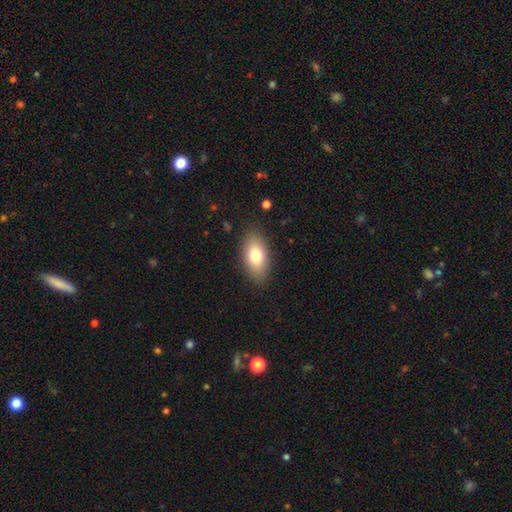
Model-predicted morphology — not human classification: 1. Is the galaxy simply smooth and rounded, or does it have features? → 77% smooth, 15% featured or disk, 8% star or artifact.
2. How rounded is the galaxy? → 90% in between, 5% round, 5% cigar-shaped.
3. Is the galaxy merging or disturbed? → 86% none, 10% minor disturbance, 3% major disturbance, 1% merger.